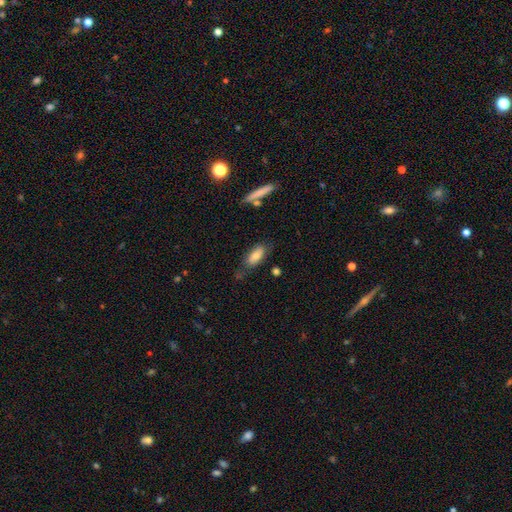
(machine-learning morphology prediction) A smooth galaxy with no disk features (77%) that is in between round and cigar-shaped (84%). Merging: none (63%).